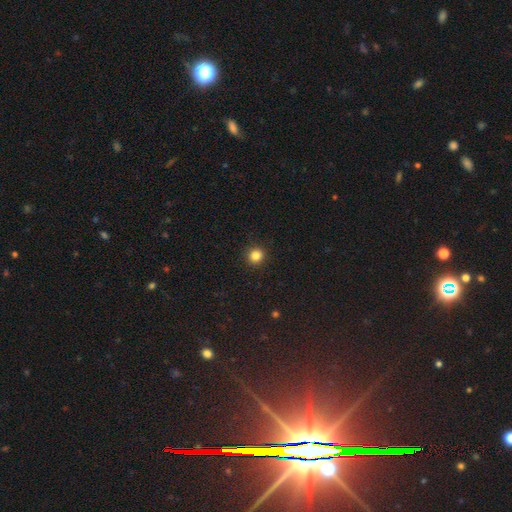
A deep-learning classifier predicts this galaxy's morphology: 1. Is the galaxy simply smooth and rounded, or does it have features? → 84% smooth, 12% star or artifact, 4% featured or disk.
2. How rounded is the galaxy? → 94% round, 6% in between, 1% cigar-shaped.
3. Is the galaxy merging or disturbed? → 92% none, 5% minor disturbance, 2% major disturbance, 1% merger.